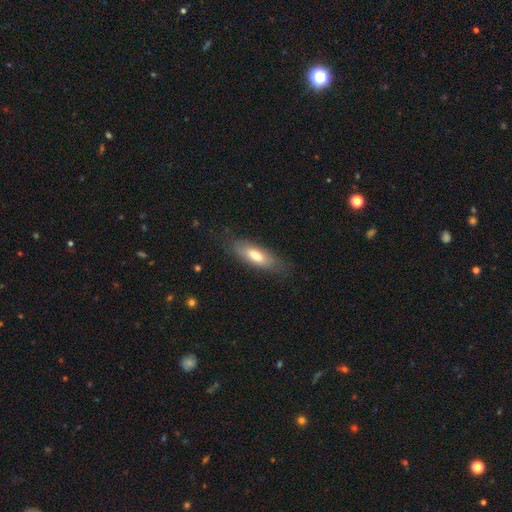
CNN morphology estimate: A smooth galaxy with no disk features (69%) that is in between round and cigar-shaped (58%).

Vote fractions:
- Smooth or featured? smooth: 69% / featured or disk: 25% / star or artifact: 6%
- How rounded? in between: 58% / cigar-shaped: 40% / round: 2%
- Merging? none: 80% / minor disturbance: 15% / major disturbance: 4% / merger: 1%